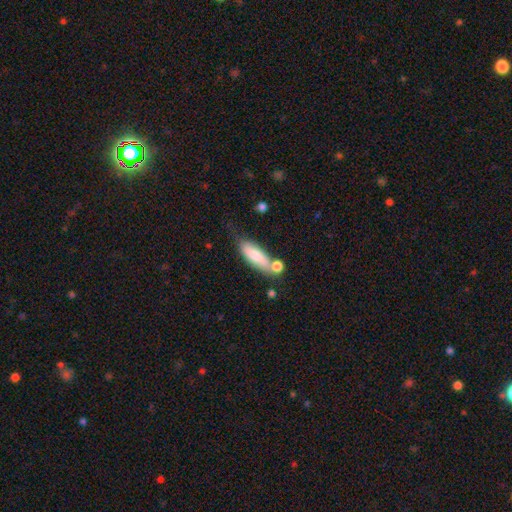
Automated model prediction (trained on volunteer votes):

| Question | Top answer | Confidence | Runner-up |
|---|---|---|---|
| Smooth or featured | smooth | 76% | featured or disk (18%) |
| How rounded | in between | 56% | cigar-shaped (41%) |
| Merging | none | 49% | merger (22%) |